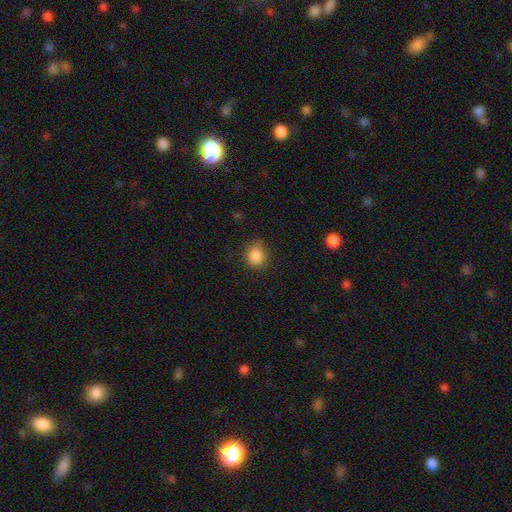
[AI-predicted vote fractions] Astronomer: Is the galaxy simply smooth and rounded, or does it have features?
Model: smooth — 86%.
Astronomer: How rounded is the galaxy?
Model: round — 82%.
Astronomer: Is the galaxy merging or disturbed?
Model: none — 75%.